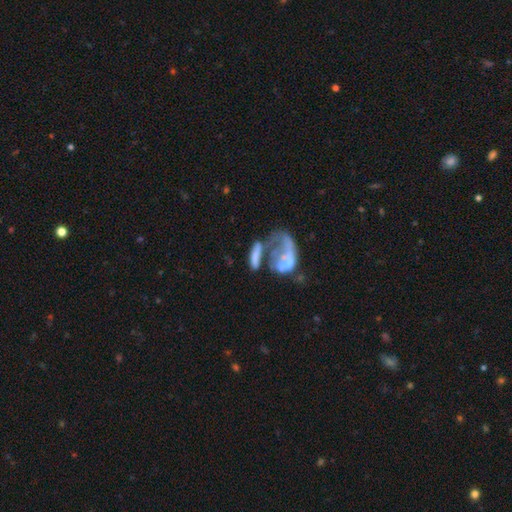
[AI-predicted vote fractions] Overall: smooth (45%; featured or disk 44%). Merging: major disturbance (39%; merger 38%).